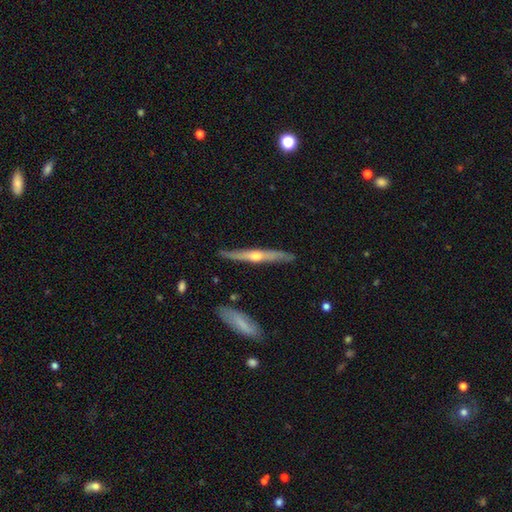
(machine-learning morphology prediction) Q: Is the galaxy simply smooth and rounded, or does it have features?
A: featured or disk — 75%.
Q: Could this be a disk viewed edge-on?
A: yes — 97%.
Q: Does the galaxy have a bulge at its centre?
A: rounded — 90%.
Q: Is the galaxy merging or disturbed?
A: none — 87%.